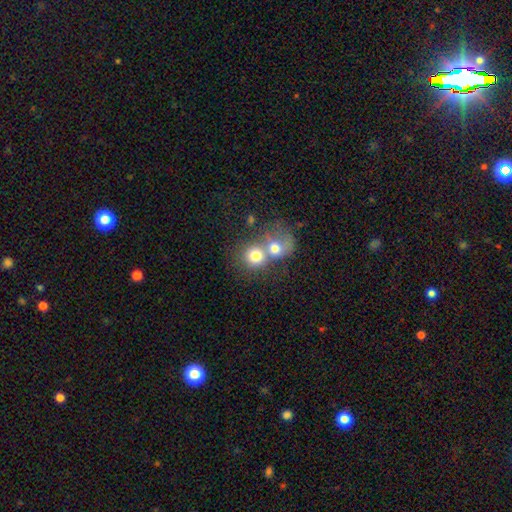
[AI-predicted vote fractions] Smooth or featured?
  - smooth: 71% *
  - featured or disk: 18%
  - star or artifact: 10%
How rounded?
  - round: 79% *
  - in between: 20%
  - cigar-shaped: 1%
Merging?
  - merger: 64% *
  - none: 26%
  - minor disturbance: 6%
  - major disturbance: 5%